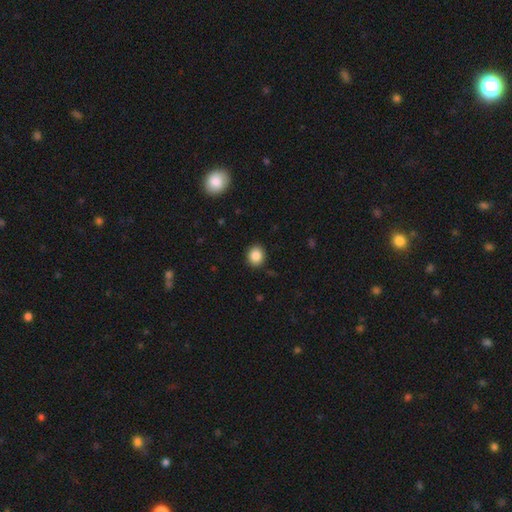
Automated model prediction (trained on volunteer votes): Overall: smooth (86%). How rounded: round (77%). Merging: none (91%).